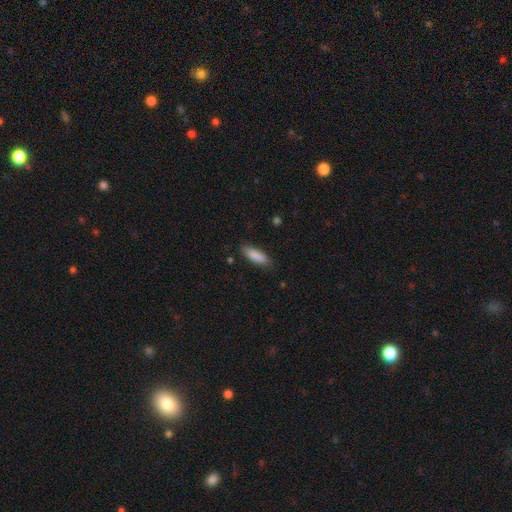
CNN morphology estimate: Smooth or featured? smooth (87%)
How rounded? cigar-shaped (51%)
Merging? none (84%)